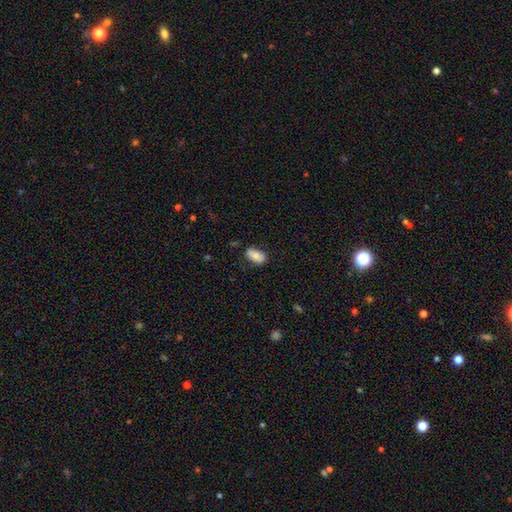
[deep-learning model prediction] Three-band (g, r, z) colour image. It shows a smooth galaxy with no disk features (78%) that is in between round and cigar-shaped (91%). Merging: none (74%).